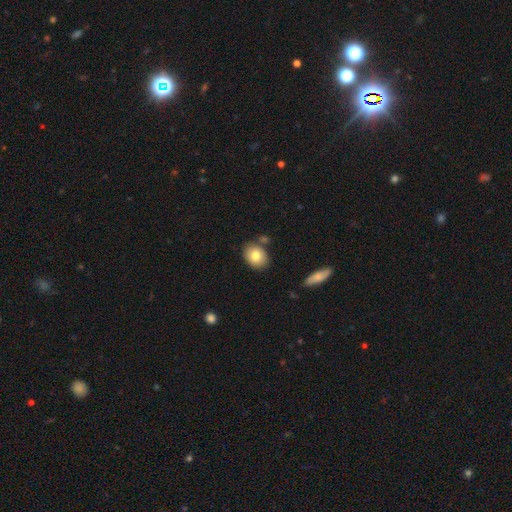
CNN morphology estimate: smooth 79%, featured or disk 13%, star or artifact 8%. Down the decision tree: how rounded — in between (54%); merging — none (77%).